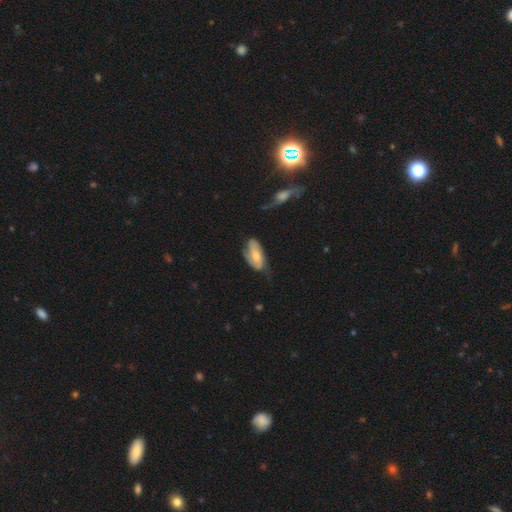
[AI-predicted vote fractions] Morphology: type=featured or disk (48%); merging=none (51%).